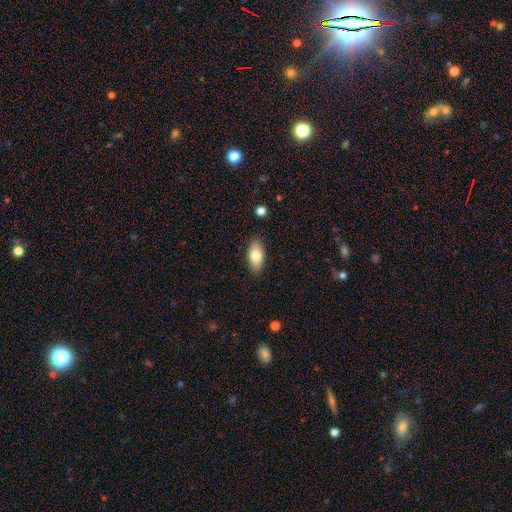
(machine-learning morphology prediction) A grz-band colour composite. It shows a smooth galaxy with no disk features (80%) that is in between round and cigar-shaped (90%). Merging: none (87%).